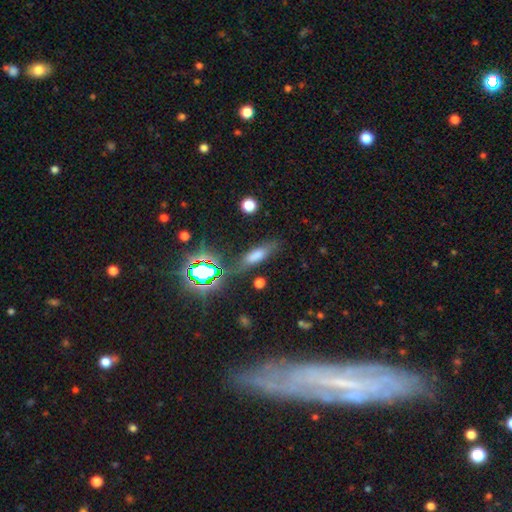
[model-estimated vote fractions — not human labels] A smooth galaxy with no disk features (61%) that is cigar-shaped (50%). Merging: none (67%).